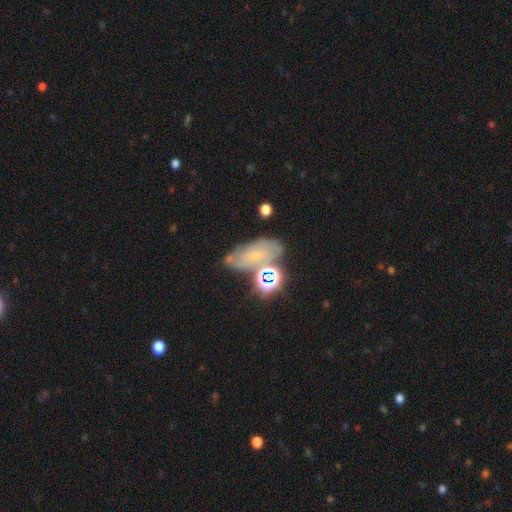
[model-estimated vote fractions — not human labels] Smooth or featured? featured or disk (50%)
Merging? none (52%)